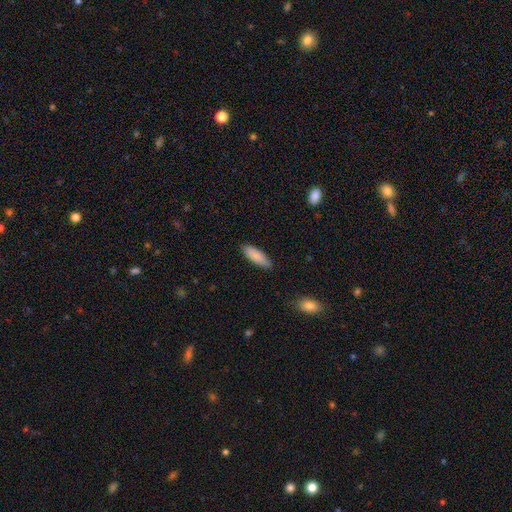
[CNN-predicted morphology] Smooth or featured?
  - smooth: 87% *
  - featured or disk: 7%
  - star or artifact: 6%
How rounded?
  - in between: 59% *
  - cigar-shaped: 39%
  - round: 2%
Merging?
  - none: 85% *
  - minor disturbance: 12%
  - major disturbance: 2%
  - merger: 1%